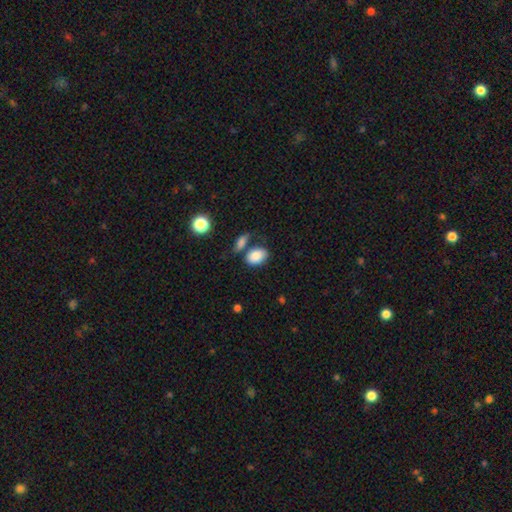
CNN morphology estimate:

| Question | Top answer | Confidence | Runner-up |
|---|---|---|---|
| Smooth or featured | smooth | 85% | featured or disk (8%) |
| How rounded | in between | 83% | round (16%) |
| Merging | none | 58% | merger (22%) |